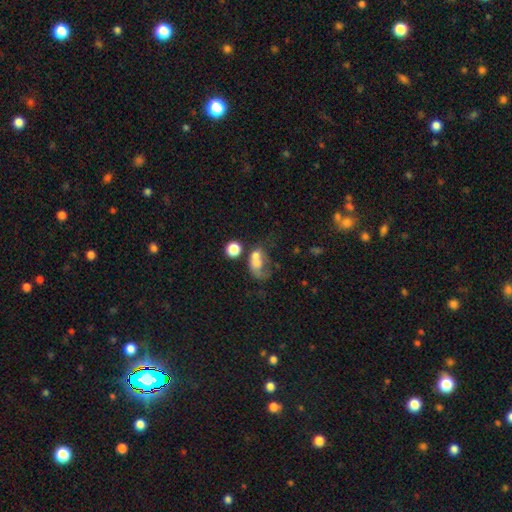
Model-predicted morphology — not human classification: Smooth or featured? smooth (56%)
How rounded? in between (61%)
Merging? merger (41%)